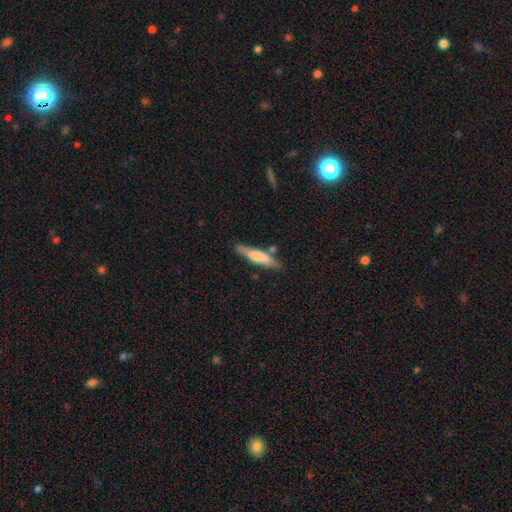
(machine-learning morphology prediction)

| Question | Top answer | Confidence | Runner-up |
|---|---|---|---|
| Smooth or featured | smooth | 52% | featured or disk (40%) |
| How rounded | cigar-shaped | 87% | in between (11%) |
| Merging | none | 79% | minor disturbance (14%) |